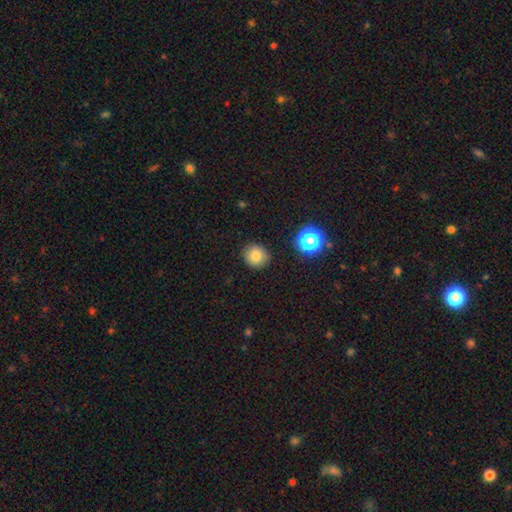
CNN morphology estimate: smooth-or-featured: smooth: 81% | star or artifact: 12% | featured or disk: 7%
  how-rounded: round: 86% | in between: 13% | cigar-shaped: 1%
  merging: none: 89% | minor disturbance: 7% | major disturbance: 2% | merger: 2%